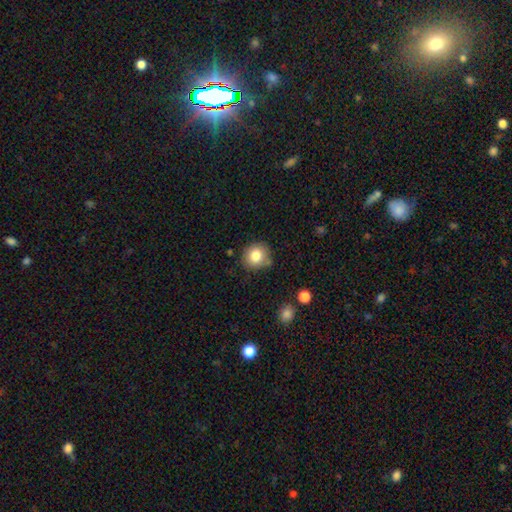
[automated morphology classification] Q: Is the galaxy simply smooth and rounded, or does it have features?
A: smooth — 82%.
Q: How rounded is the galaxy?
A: round — 84%.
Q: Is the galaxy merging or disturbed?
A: none — 77%.